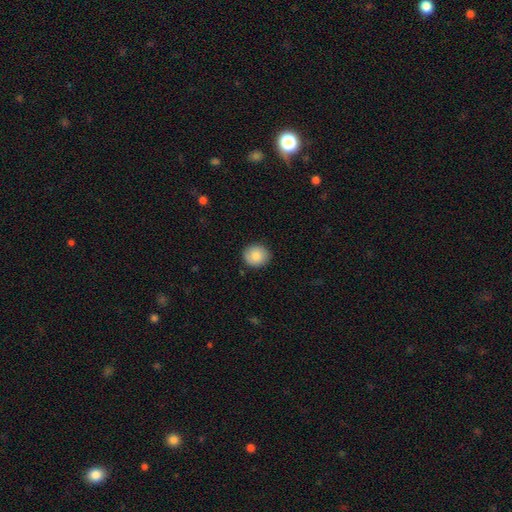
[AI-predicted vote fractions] Morphology: type=smooth (85%); roundness=round (80%); merging=none (88%).